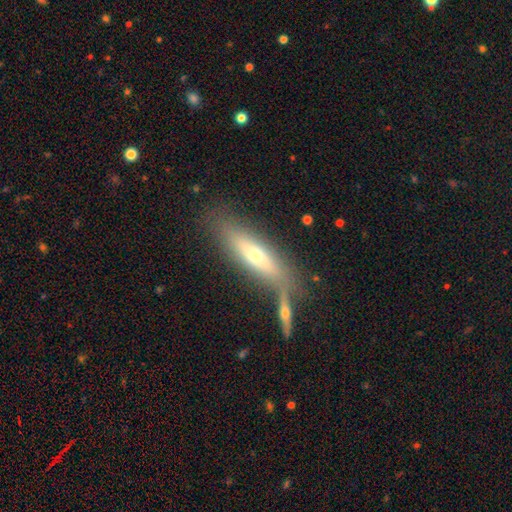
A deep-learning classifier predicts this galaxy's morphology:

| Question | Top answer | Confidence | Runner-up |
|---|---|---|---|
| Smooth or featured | smooth | 49% | featured or disk (43%) |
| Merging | none | 63% | merger (17%) |